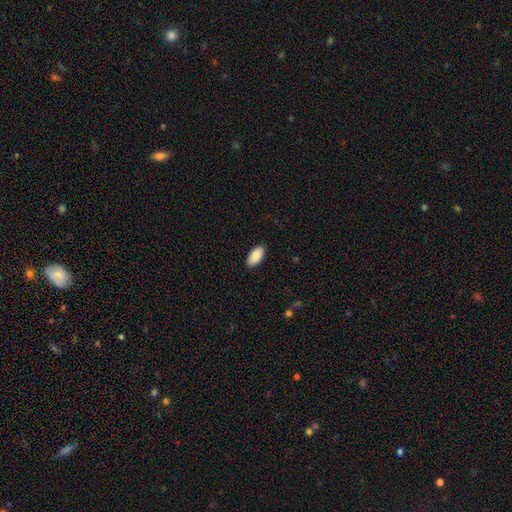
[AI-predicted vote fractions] smooth_or_featured: smooth (p=0.89) [alt: star or artifact p=0.06]
how_rounded: in between (p=0.92) [alt: cigar-shaped p=0.06]
merging: none (p=0.89) [alt: minor disturbance p=0.08]